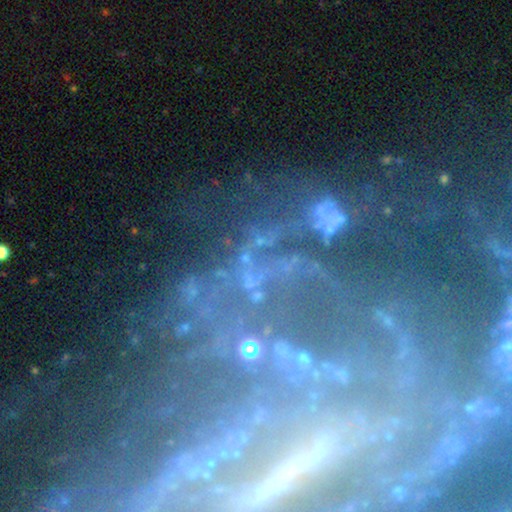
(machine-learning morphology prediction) smooth_or_featured: featured or disk (p=0.65) [alt: star or artifact p=0.25]
disk_edge_on: no (p=0.92) [alt: yes p=0.08]
bar: strong (p=0.37) [alt: no p=0.34]
has_spiral_arms: yes (p=0.82) [alt: no p=0.18]
bulge_size: small (p=0.50) [alt: none p=0.23]
merging: none (p=0.57) [alt: major disturbance p=0.19]